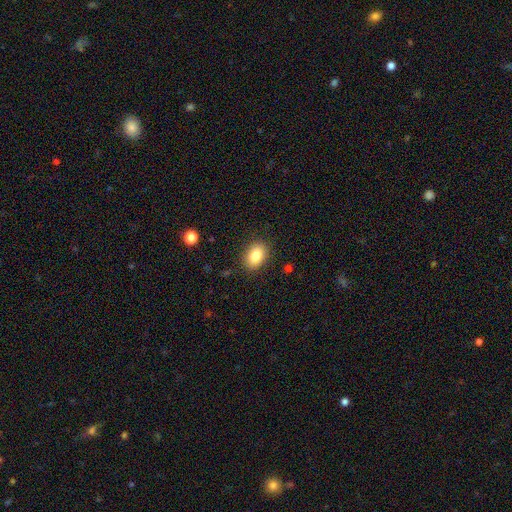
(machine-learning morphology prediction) Smooth or featured? smooth (84%)
How rounded? in between (78%)
Merging? none (87%)